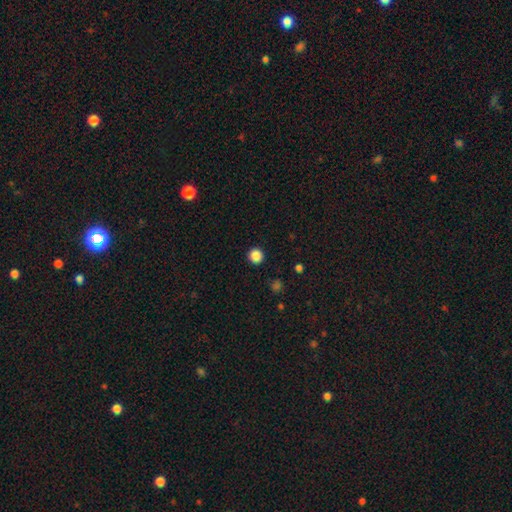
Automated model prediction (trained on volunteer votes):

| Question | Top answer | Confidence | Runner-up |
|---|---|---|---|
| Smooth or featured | smooth | 87% | star or artifact (10%) |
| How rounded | round | 94% | in between (5%) |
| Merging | none | 93% | minor disturbance (4%) |